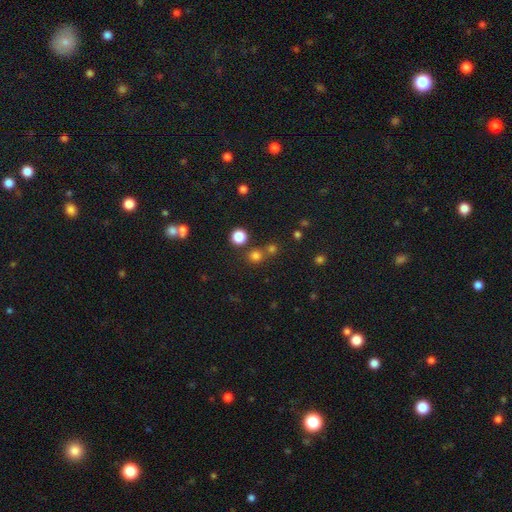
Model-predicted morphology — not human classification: A smooth galaxy with no disk features (74%) that is round (90%). Merging: none (70%).